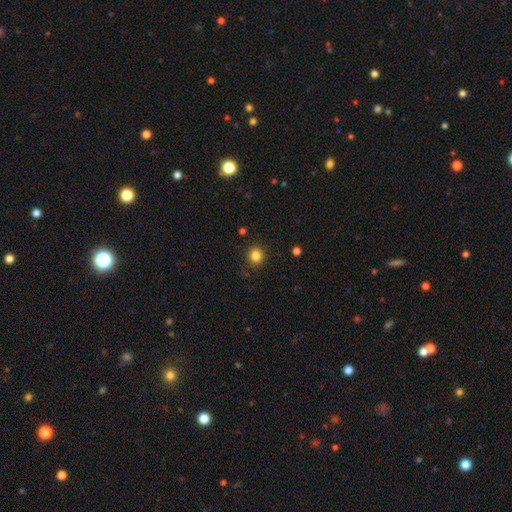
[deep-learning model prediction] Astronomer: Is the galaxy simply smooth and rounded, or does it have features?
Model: smooth — 84%.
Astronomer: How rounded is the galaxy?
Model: round — 87%.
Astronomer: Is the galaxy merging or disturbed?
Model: none — 89%.